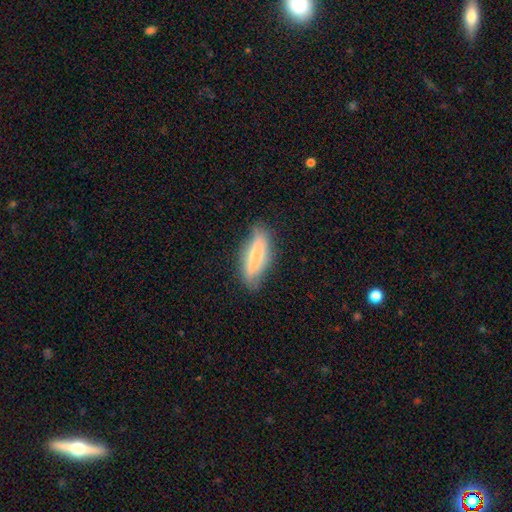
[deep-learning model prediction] The model was most divided on "how rounded": cigar-shaped: 50%, in between: 47%, round: 3%. More confident: merging — none (72%); smooth or featured — smooth (61%).